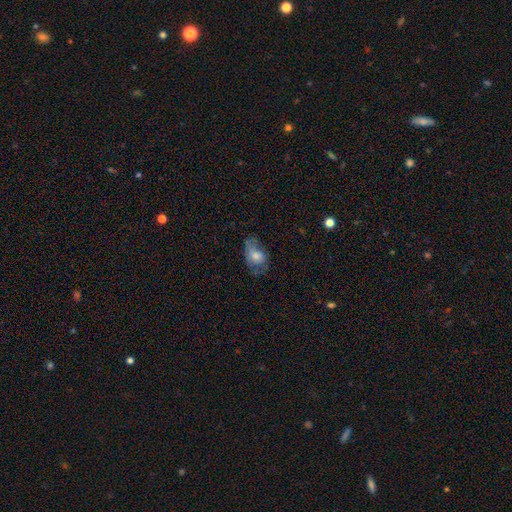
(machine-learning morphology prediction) type=smooth (62%); roundness=in between (81%); merging=none (38%).